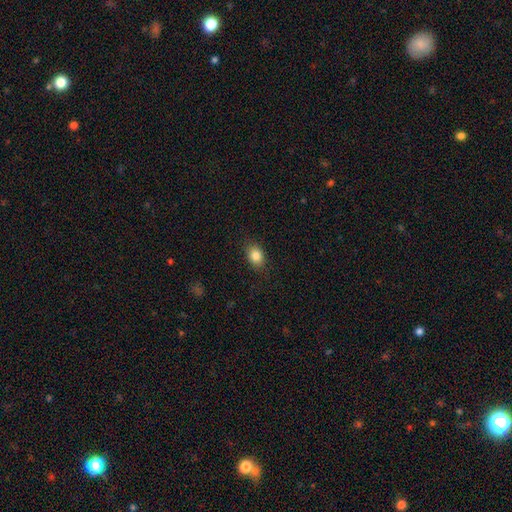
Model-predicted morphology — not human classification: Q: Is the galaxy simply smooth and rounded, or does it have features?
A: smooth — 85%.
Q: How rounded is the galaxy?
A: in between — 70%.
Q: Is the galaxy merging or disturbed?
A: none — 85%.